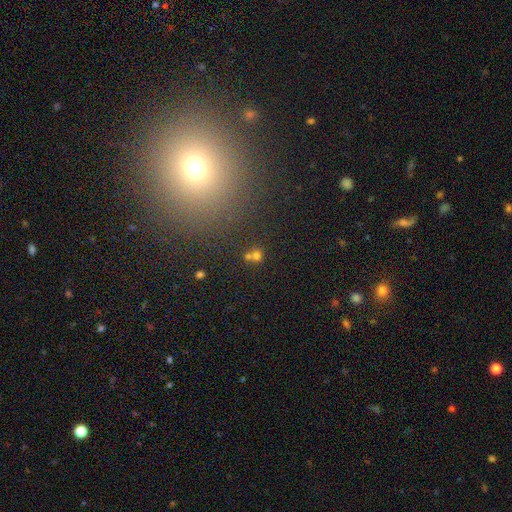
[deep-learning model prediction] Smooth or featured: smooth — 66% (star or artifact — 23%)
How rounded: round — 86% (in between — 13%)
Merging: none — 51% (merger — 38%)